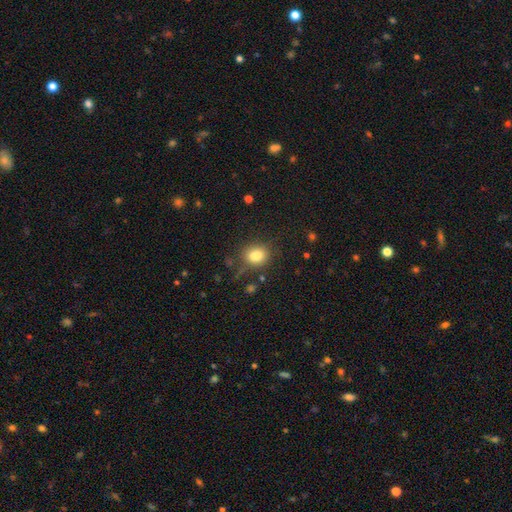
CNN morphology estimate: The model was most divided on "how rounded": round: 62%, in between: 37%, cigar-shaped: 1%. More confident: smooth or featured — smooth (82%); merging — none (76%).